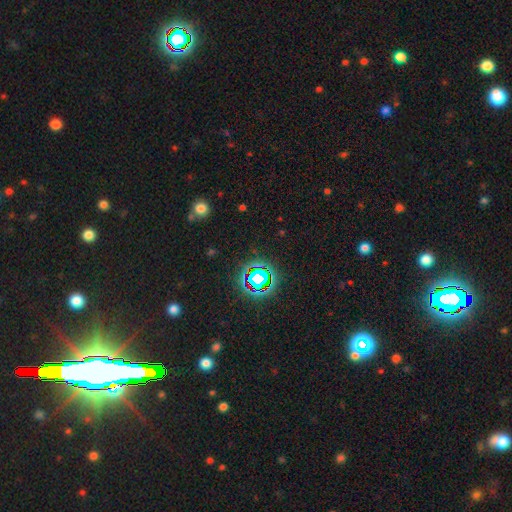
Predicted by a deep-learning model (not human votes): smooth_or_featured: star or artifact (p=0.78) [alt: smooth p=0.13]